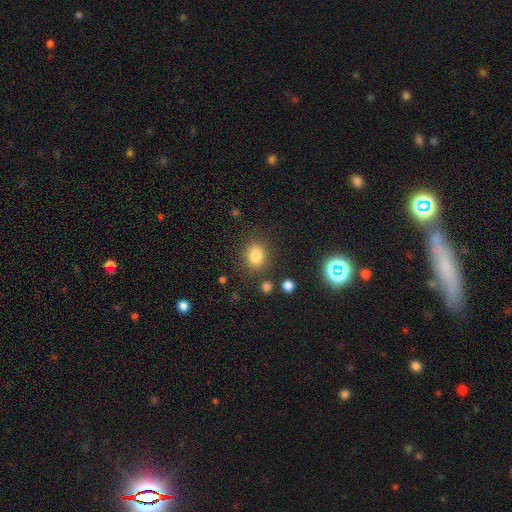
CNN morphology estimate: The model was most divided on "how rounded": round: 64%, in between: 35%, cigar-shaped: 1%. More confident: merging — none (82%); smooth or featured — smooth (81%).